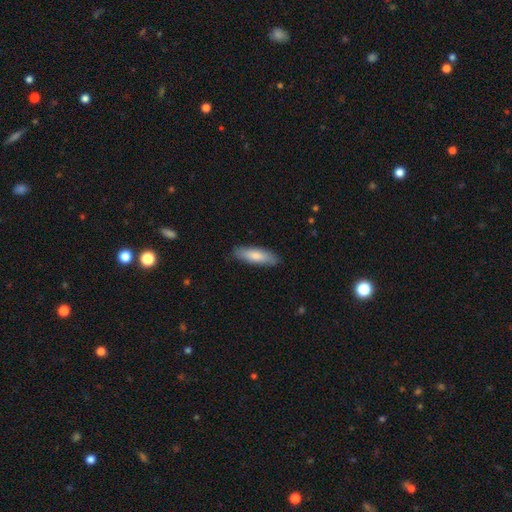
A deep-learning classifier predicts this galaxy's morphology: A smooth galaxy with no disk features (77%) that is cigar-shaped (50%). Merging: none (85%).